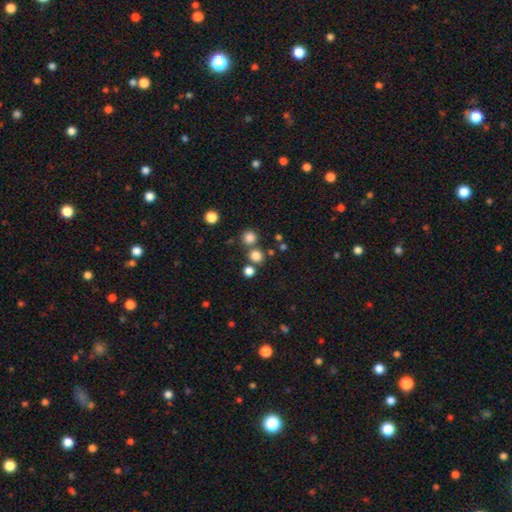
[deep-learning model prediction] A smooth galaxy with no disk features (78%) that is round (88%). Merging: none (72%).